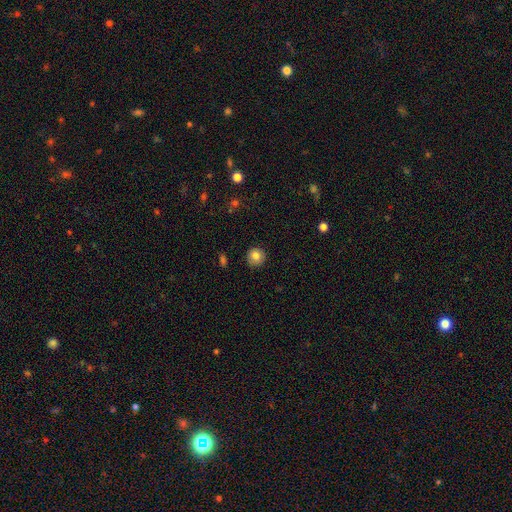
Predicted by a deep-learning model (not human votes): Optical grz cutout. It shows a smooth galaxy with no disk features (80%) that is round (92%). Merging: none (88%).